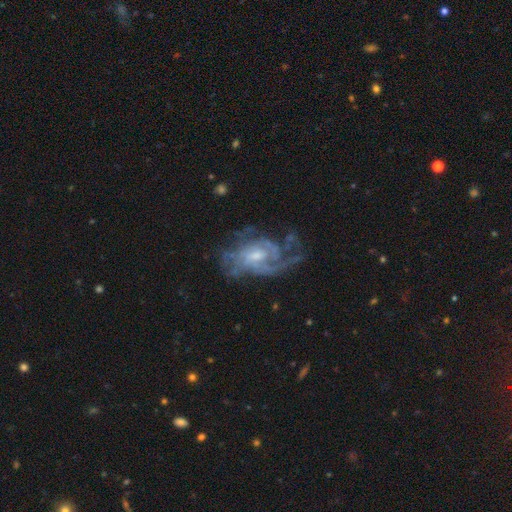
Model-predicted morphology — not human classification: Overall: featured or disk (84%). Edge-on disk: no (96%). Bar: no (49%; weak 43%). Spiral arms: yes (89%). Spiral arm count: can't tell (41%; 2 20%). Spiral winding: tight (44%; medium 40%). Bulge size: moderate (47%; small 39%). Merging: none (49%; major disturbance 27%).